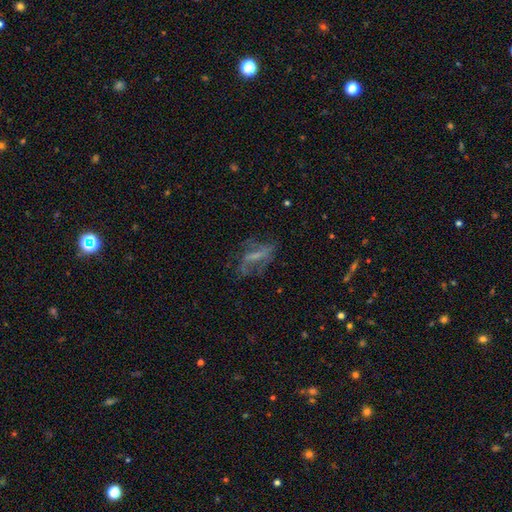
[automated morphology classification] The model was most divided on "bar": weak: 37%, no: 32%, strong: 31%. Remaining: edge-on disk — no (88%); smooth or featured — featured or disk (60%); spiral arms — yes (56%); merging — none (48%); bulge size — none (42%).